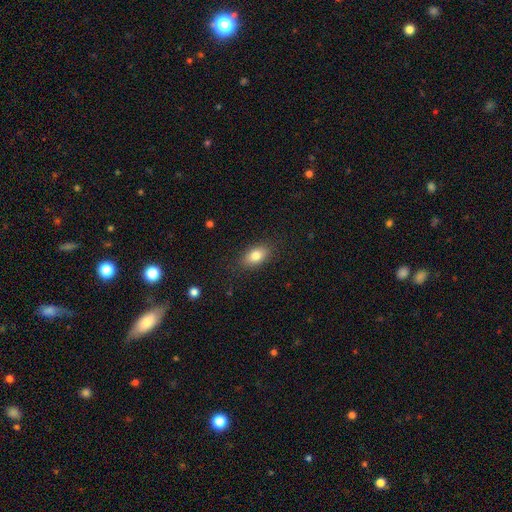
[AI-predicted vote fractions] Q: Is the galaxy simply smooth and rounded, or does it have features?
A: smooth — 82%.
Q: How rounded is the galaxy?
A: in between — 88%.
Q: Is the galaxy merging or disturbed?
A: none — 86%.